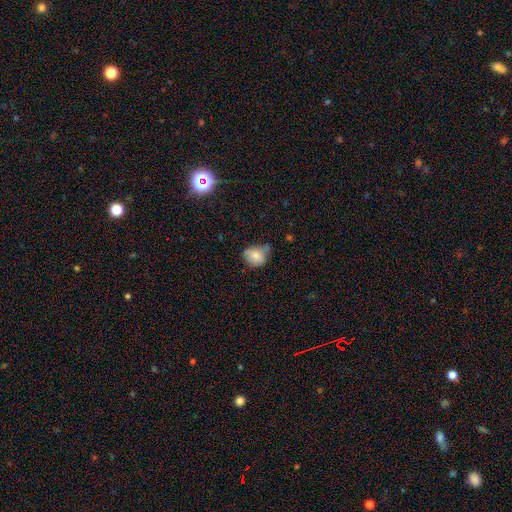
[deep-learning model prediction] Overall: smooth (76%). How rounded: round (62%; in between 37%). Merging: none (46%; minor disturbance 37%).